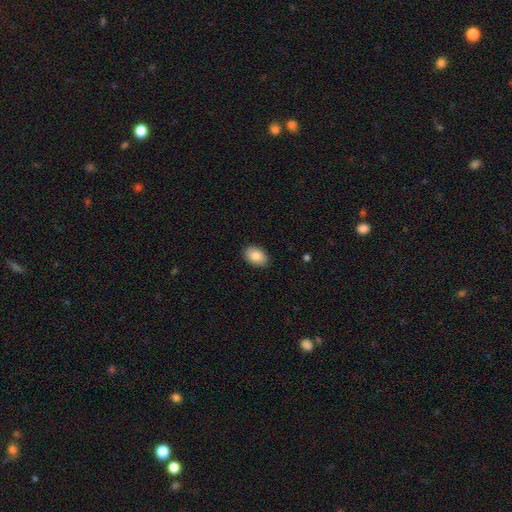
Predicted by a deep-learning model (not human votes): The model was most divided on "how rounded": in between: 86%, round: 13%, cigar-shaped: 1%. More confident: merging — none (89%); smooth or featured — smooth (86%).